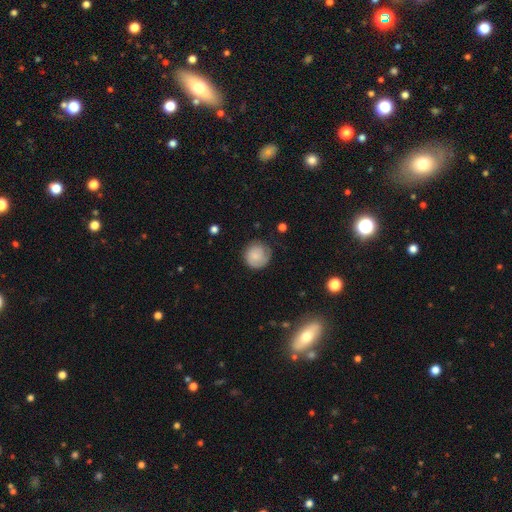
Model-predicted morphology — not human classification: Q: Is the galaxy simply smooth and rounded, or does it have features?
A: smooth — 64%.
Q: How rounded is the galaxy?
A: round — 90%.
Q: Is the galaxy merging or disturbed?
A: none — 70%.